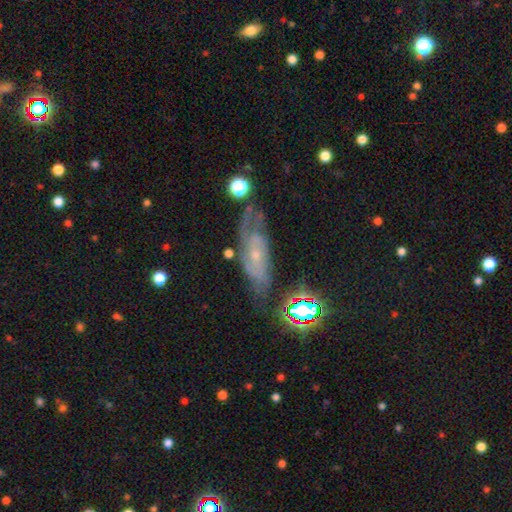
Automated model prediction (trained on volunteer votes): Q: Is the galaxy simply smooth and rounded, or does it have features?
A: featured or disk — 68%.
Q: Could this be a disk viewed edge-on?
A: no — 84%.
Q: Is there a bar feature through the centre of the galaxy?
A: no — 71%.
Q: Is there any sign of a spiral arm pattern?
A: yes — 86%.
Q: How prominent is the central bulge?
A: small — 76%.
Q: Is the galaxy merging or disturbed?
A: none — 60%.